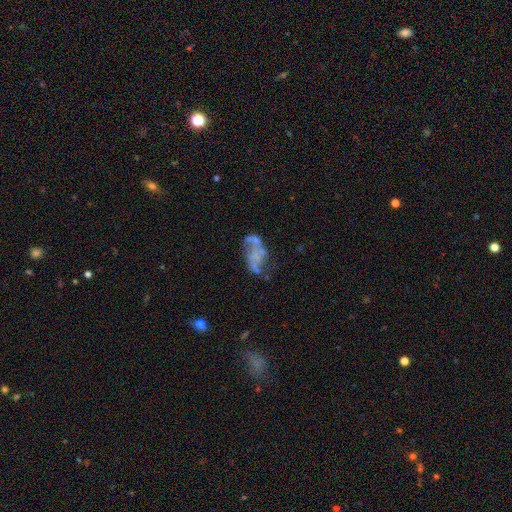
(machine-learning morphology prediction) This is likely a featured or disk galaxy (65%). It is clearly not viewed edge-on (97%). Bar: clearly no (84%). Spiral arm pattern: likely no (72%). Central bulge: likely none (78%). Merging: marginally none (37%).